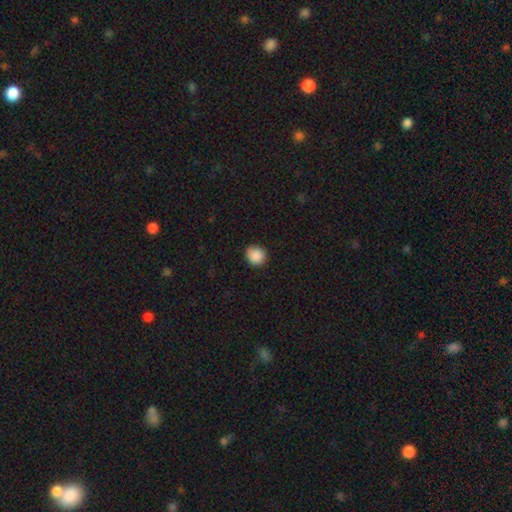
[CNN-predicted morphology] A smooth galaxy with no disk features (89%) that is round (88%). Merging: none (89%).